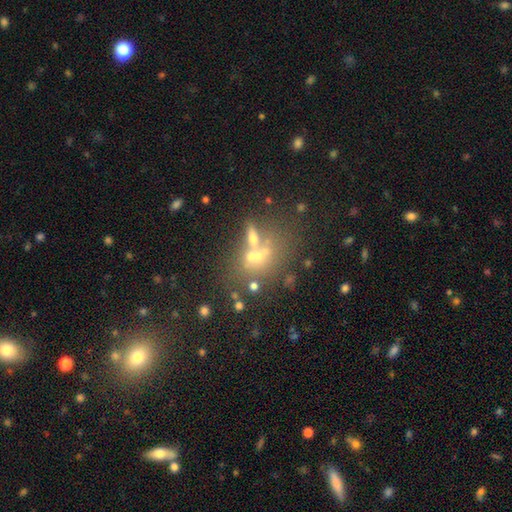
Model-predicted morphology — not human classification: Q: Smooth or featured?
A: smooth (41%); runner-up: featured or disk (30%)
Q: Merging?
A: none (42%); runner-up: merger (37%)